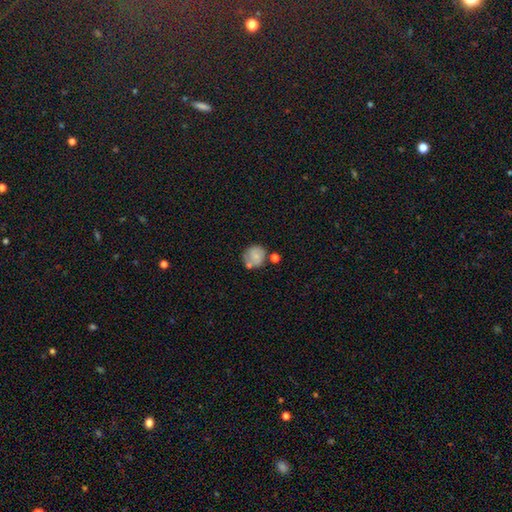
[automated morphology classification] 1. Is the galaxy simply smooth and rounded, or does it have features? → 73% smooth, 18% featured or disk, 9% star or artifact.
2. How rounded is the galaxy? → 83% round, 16% in between, 1% cigar-shaped.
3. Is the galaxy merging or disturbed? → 56% none, 19% minor disturbance, 18% merger, 7% major disturbance.